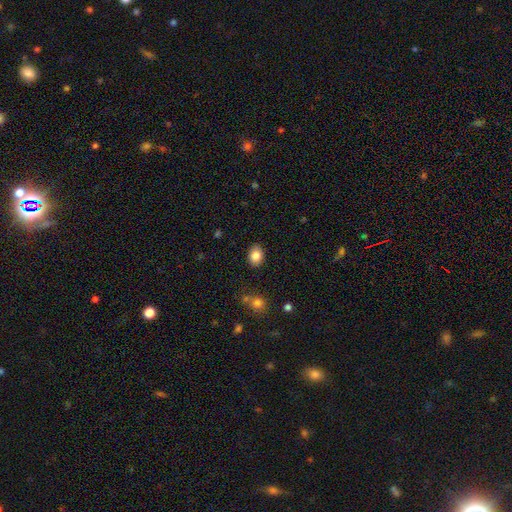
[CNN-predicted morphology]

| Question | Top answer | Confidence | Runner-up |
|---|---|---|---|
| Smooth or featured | smooth | 84% | star or artifact (9%) |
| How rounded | in between | 72% | round (27%) |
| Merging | none | 86% | minor disturbance (10%) |